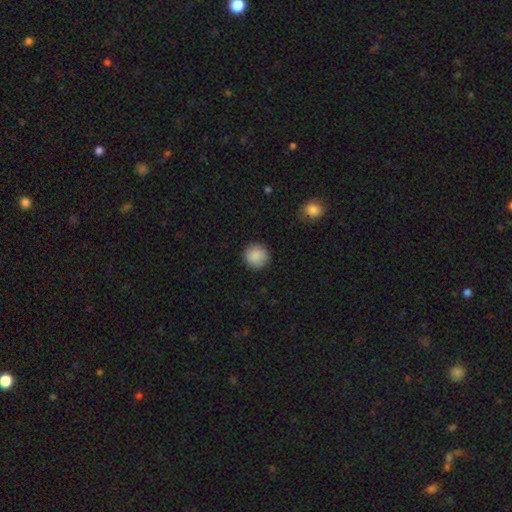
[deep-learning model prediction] Smooth or featured: smooth — 88% (star or artifact — 7%)
How rounded: round — 94% (in between — 5%)
Merging: none — 89% (minor disturbance — 7%)